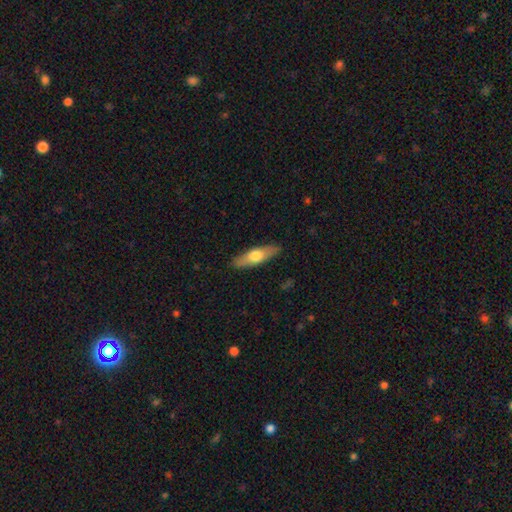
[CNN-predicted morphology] Overall: smooth (58%; featured or disk 37%). How rounded: cigar-shaped (54%; in between 44%). Merging: none (87%).